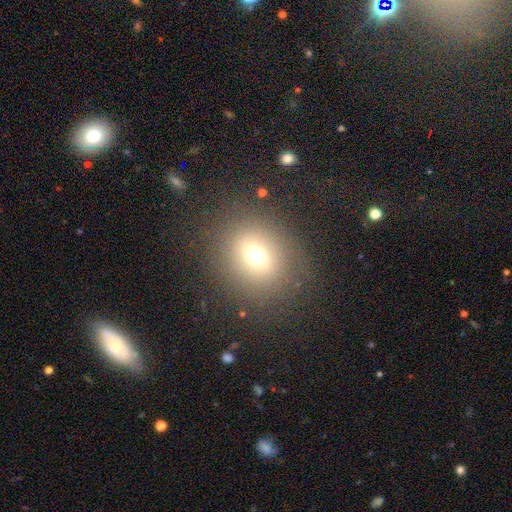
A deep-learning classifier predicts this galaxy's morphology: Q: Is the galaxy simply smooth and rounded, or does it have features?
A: smooth — 67%.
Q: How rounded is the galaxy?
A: round — 69%.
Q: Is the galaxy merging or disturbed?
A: none — 82%.